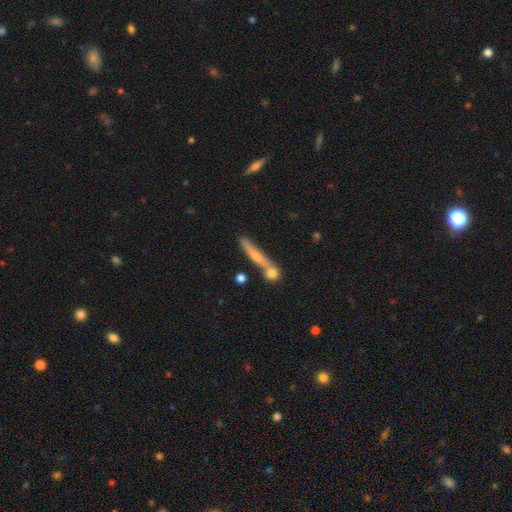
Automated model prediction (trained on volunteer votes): A smooth galaxy with no disk features (57%) that is cigar-shaped (87%).

Vote fractions:
- Smooth or featured? smooth: 57% / featured or disk: 36% / star or artifact: 7%
- How rounded? cigar-shaped: 87% / in between: 8% / round: 4%
- Merging? none: 61% / merger: 22% / minor disturbance: 12% / major disturbance: 4%